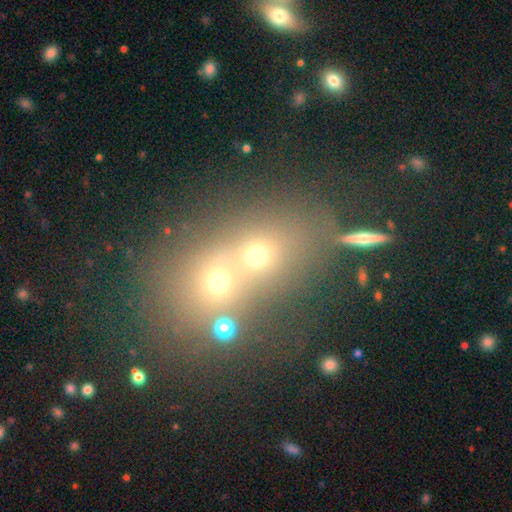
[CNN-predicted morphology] Smooth or featured?
  - smooth: 45% *
  - star or artifact: 34%
  - featured or disk: 21%
Merging?
  - merger: 58% *
  - none: 32%
  - minor disturbance: 6%
  - major disturbance: 4%